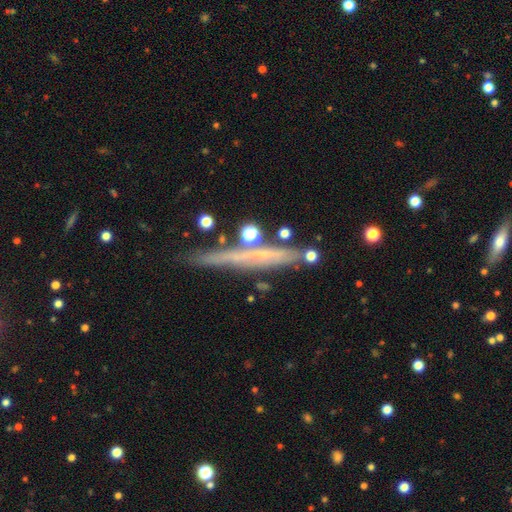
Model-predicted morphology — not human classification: The model was most divided on "smooth or featured": featured or disk: 57%, smooth: 33%, star or artifact: 10%. More confident: edge-on disk — yes (93%); edge-on bulge — none (79%); merging — none (77%).